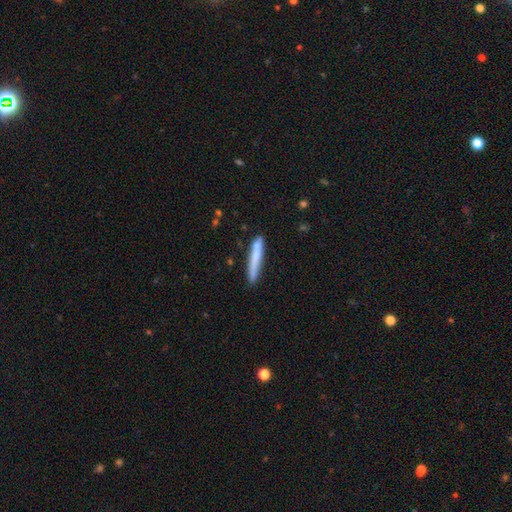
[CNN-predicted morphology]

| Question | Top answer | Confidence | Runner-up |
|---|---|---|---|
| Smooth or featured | smooth | 67% | featured or disk (27%) |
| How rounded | cigar-shaped | 95% | in between (4%) |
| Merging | none | 76% | minor disturbance (15%) |